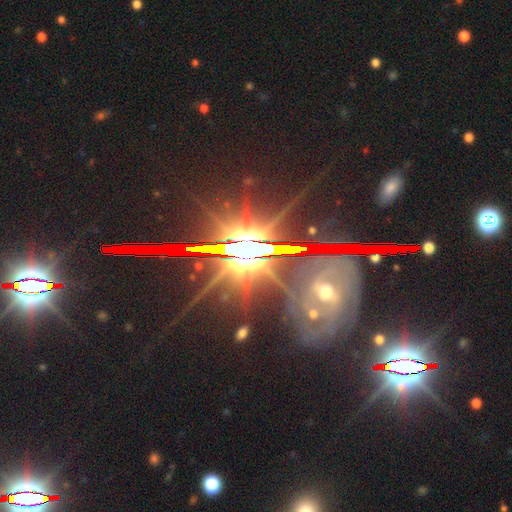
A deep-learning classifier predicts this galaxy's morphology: Overall: star or artifact (79%).